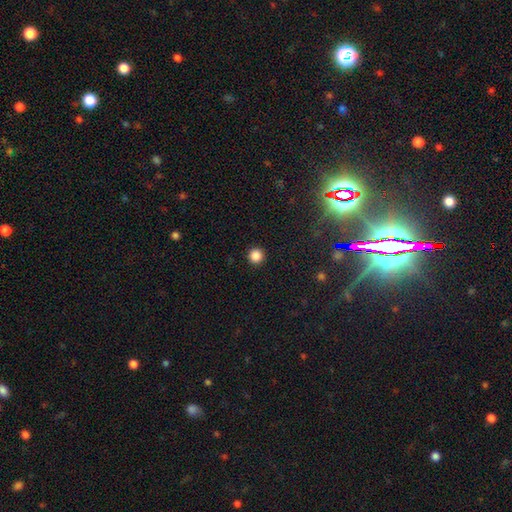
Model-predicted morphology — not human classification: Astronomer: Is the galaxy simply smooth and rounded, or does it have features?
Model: smooth — 86%.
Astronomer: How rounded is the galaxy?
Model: round — 96%.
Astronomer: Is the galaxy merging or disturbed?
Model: none — 93%.